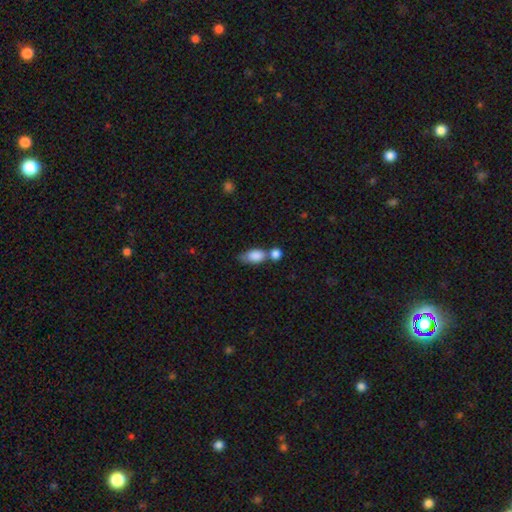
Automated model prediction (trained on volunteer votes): Q: Smooth or featured?
A: smooth (84%); runner-up: featured or disk (9%)
Q: How rounded?
A: in between (84%); runner-up: round (10%)
Q: Merging?
A: merger (50%); runner-up: none (28%)